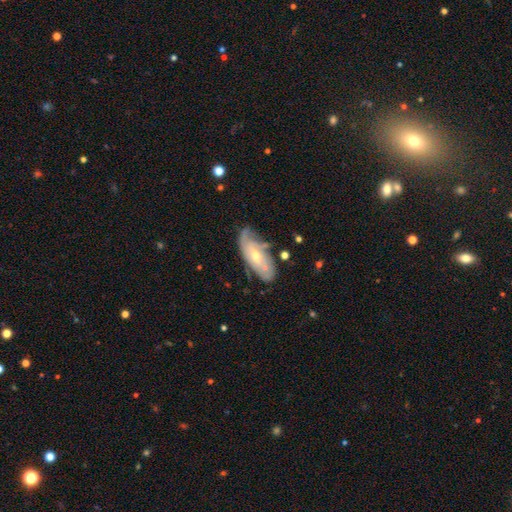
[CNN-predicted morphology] Smooth or featured? featured or disk (65%)
Edge-on disk? no (88%)
Bar? no (69%)
Spiral arms? yes (77%)
Bulge size? small (51%)
Merging? none (52%)